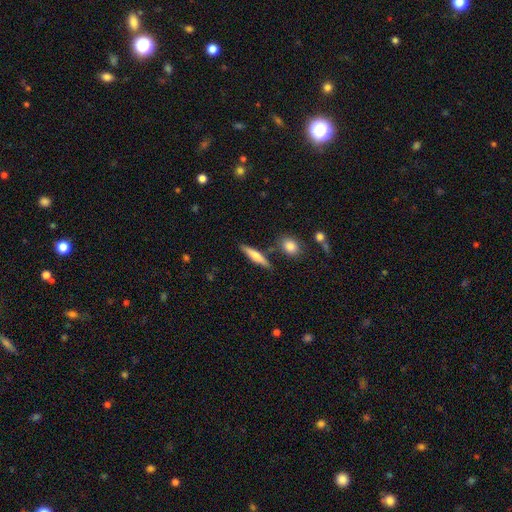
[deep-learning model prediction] This is possibly a smooth galaxy (60%). How rounded: clearly cigar-shaped (82%). Merging: clearly none (81%).